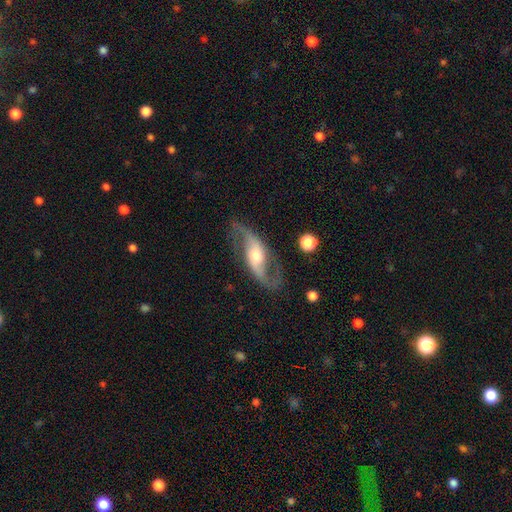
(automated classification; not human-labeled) Smooth or featured?
  - featured or disk: 87% *
  - smooth: 8%
  - star or artifact: 5%
Edge-on disk?
  - no: 92% *
  - yes: 8%
Bar?
  - weak: 38% *
  - no: 37%
  - strong: 25%
Spiral arms?
  - yes: 95% *
  - no: 5%
Spiral winding?
  - loose: 67% *
  - medium: 27%
  - tight: 6%
Spiral arm count?
  - 2: 93% *
  - can't tell: 2%
  - 1: 2%
  - 3: 1%
  - 4: 1%
  - more than 4: 1%
Bulge size?
  - moderate: 61% *
  - small: 19%
  - large: 16%
  - none: 2%
  - dominant: 2%
Merging?
  - none: 76% *
  - minor disturbance: 14%
  - major disturbance: 8%
  - merger: 2%